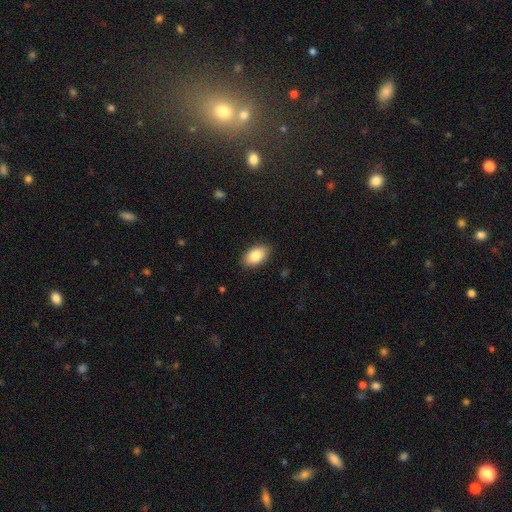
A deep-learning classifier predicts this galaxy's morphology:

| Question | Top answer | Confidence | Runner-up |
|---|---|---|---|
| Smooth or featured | smooth | 85% | featured or disk (9%) |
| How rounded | in between | 93% | round (6%) |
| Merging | none | 88% | minor disturbance (9%) |